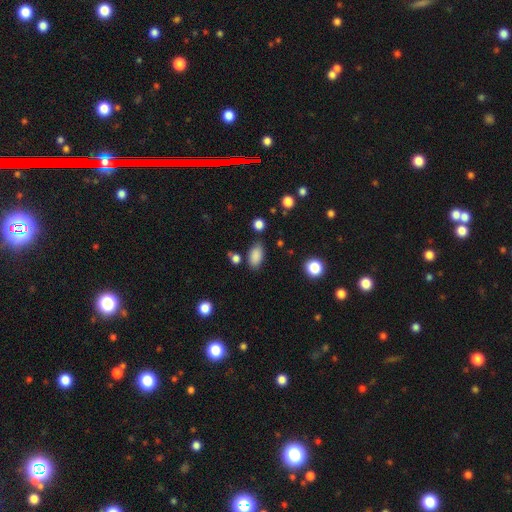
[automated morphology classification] Smooth or featured: smooth — 87% (star or artifact — 9%)
How rounded: in between — 92% (round — 6%)
Merging: none — 79% (minor disturbance — 13%)